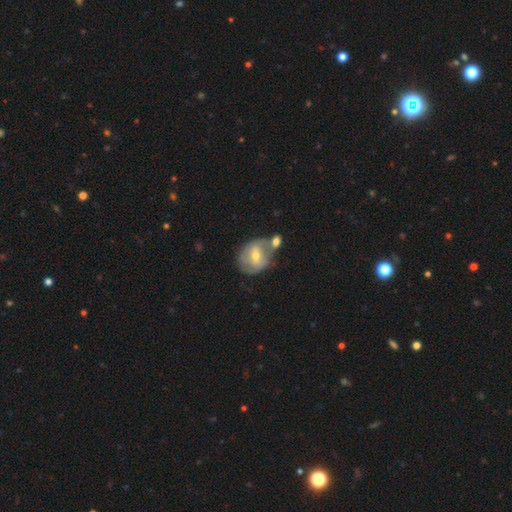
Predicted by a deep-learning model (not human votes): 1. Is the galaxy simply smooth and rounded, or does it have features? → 52% featured or disk, 41% smooth, 6% star or artifact.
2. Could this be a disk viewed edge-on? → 96% no, 4% yes.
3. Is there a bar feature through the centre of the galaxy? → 44% weak, 40% no, 16% strong.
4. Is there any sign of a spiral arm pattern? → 50% no (tied), 50% yes (tied).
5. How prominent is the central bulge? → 55% moderate, 41% small, 2% large, 1% none, 1% dominant.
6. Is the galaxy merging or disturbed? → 38% merger, 35% none, 18% minor disturbance, 9% major disturbance.